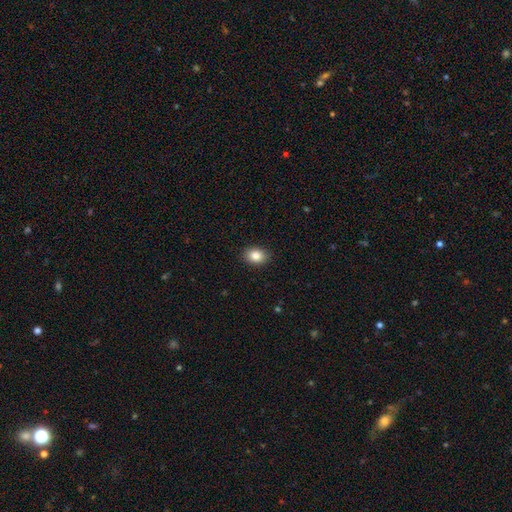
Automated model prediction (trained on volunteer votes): Q: Smooth or featured?
A: smooth (85%); runner-up: star or artifact (9%)
Q: How rounded?
A: in between (68%); runner-up: round (31%)
Q: Merging?
A: none (89%); runner-up: minor disturbance (8%)